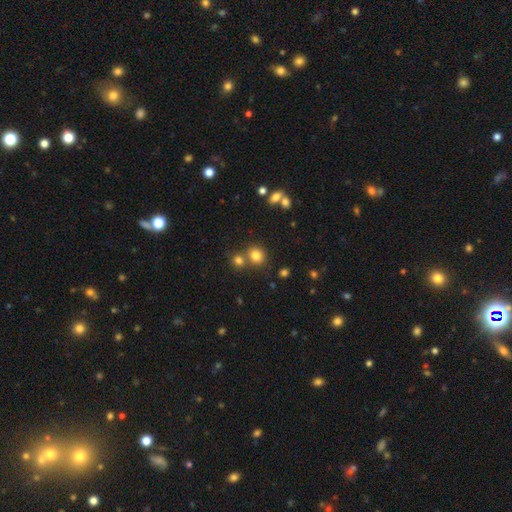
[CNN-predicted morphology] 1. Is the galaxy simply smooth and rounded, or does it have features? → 79% smooth, 14% star or artifact, 7% featured or disk.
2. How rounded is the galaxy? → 84% round, 15% in between, 1% cigar-shaped.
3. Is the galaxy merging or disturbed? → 63% none, 26% merger, 8% minor disturbance, 3% major disturbance.